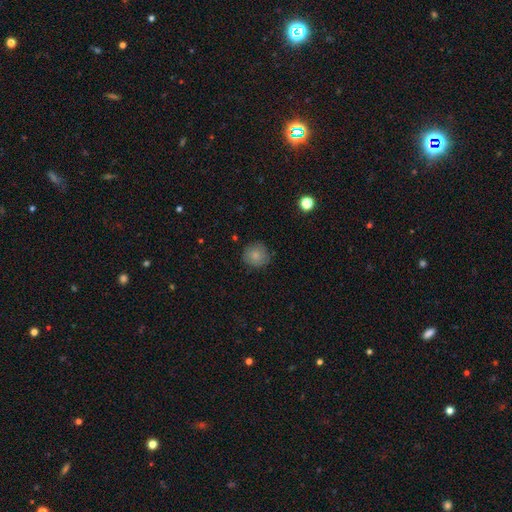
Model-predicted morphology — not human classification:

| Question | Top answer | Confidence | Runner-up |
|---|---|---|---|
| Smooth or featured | smooth | 82% | featured or disk (9%) |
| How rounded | round | 91% | in between (8%) |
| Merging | none | 82% | minor disturbance (13%) |